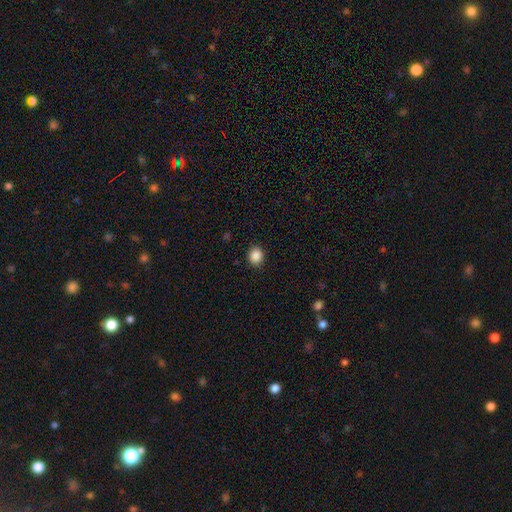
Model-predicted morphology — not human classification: type=smooth (87%); roundness=round (73%); merging=none (90%).